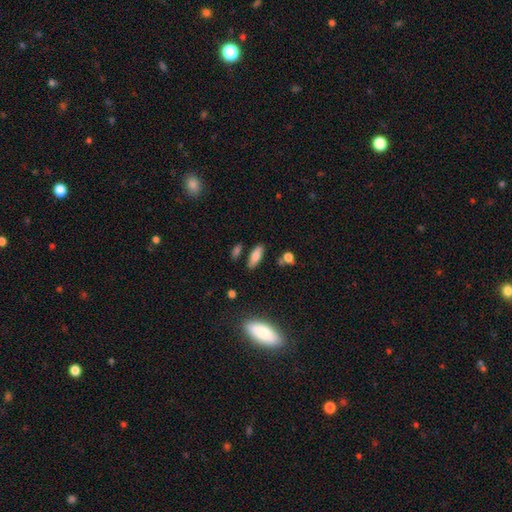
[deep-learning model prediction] This appears to be a smooth galaxy with no disk features (78%) that is in between round and cigar-shaped (67%). Merging: none (80%).